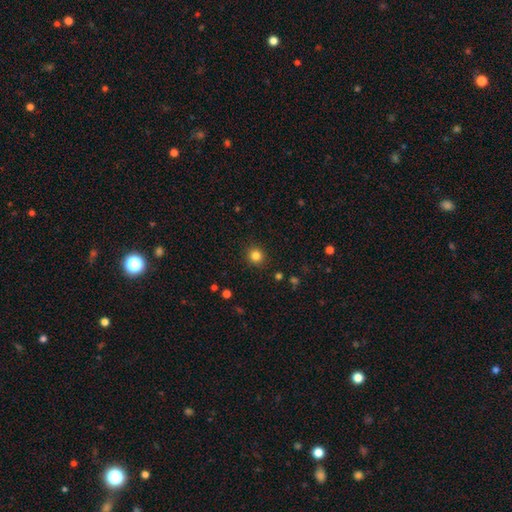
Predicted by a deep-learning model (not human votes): A smooth galaxy with no disk features (83%) that is round (91%).

Vote fractions:
- Smooth or featured? smooth: 83% / star or artifact: 12% / featured or disk: 4%
- How rounded? round: 91% / in between: 8% / cigar-shaped: 1%
- Merging? none: 91% / minor disturbance: 6% / major disturbance: 2% / merger: 1%